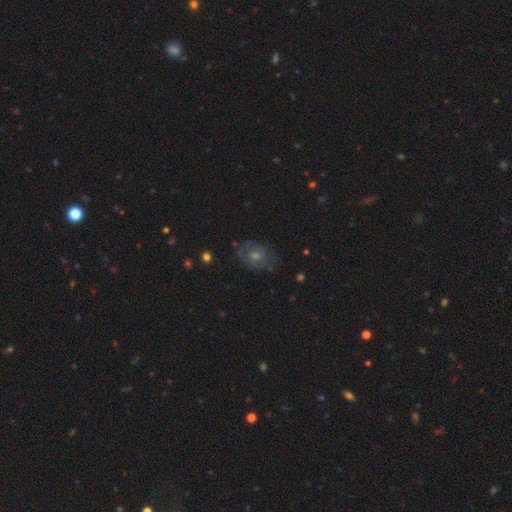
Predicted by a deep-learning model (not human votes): smooth 42%, featured or disk 36%, star or artifact 23%. Down the decision tree: merging — none (73%).